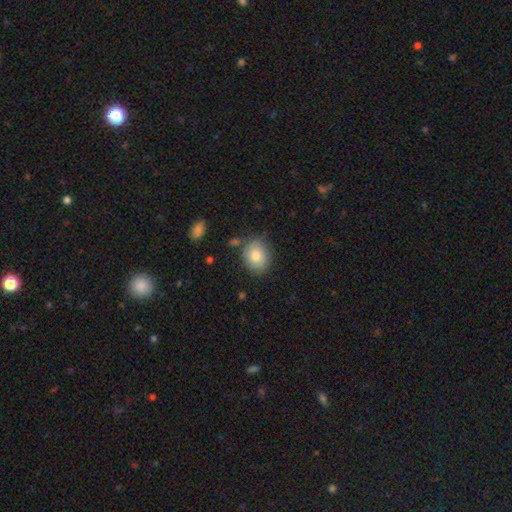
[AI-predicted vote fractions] smooth 79%, featured or disk 12%, star or artifact 9%. Down the decision tree: how rounded — round (59%); merging — none (76%).